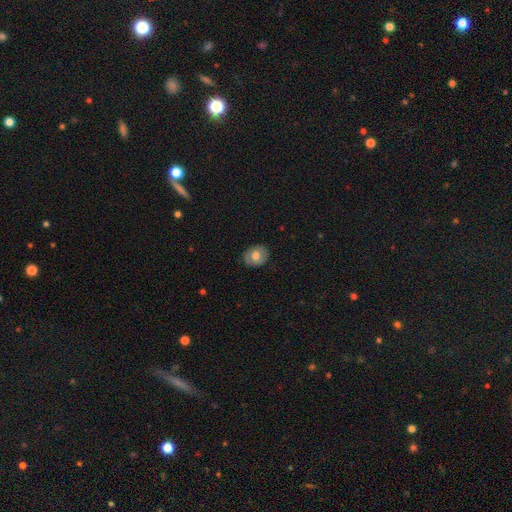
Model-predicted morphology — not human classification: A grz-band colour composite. It shows a smooth galaxy with no disk features (65%) that is round (57%). Merging: none (84%).